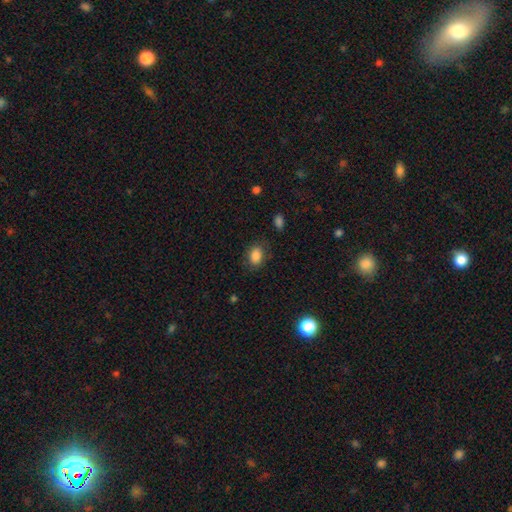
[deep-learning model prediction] This appears to be a smooth galaxy with no disk features (84%) that is in between round and cigar-shaped (78%). Merging: none (79%).